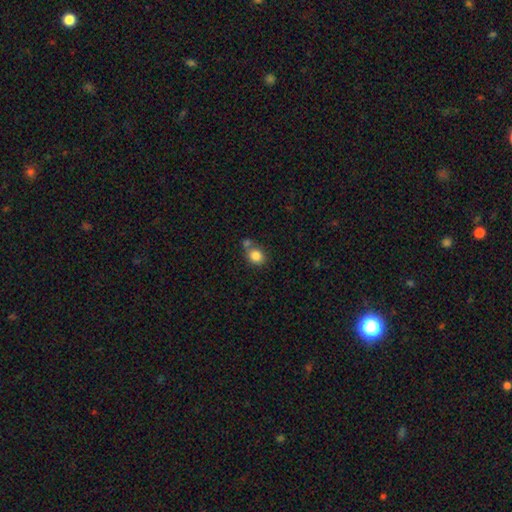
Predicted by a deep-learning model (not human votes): smooth_or_featured: smooth (p=0.84) [alt: star or artifact p=0.09]
how_rounded: round (p=0.64) [alt: in between p=0.35]
merging: none (p=0.52) [alt: merger p=0.31]